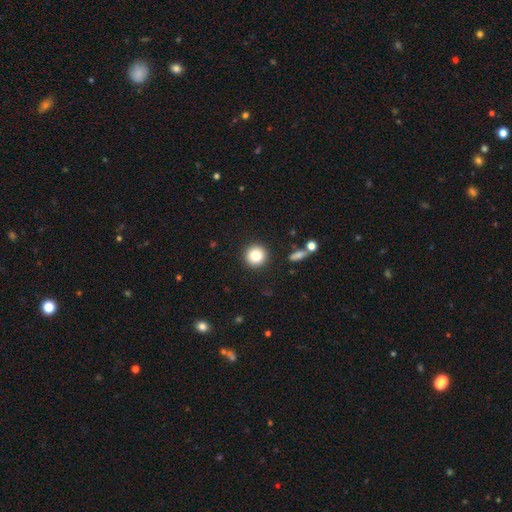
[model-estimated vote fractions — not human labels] A smooth galaxy with no disk features (84%) that is round (94%).

Vote fractions:
- Smooth or featured? smooth: 84% / star or artifact: 10% / featured or disk: 6%
- How rounded? round: 94% / in between: 5% / cigar-shaped: 1%
- Merging? none: 91% / minor disturbance: 6% / major disturbance: 2% / merger: 2%